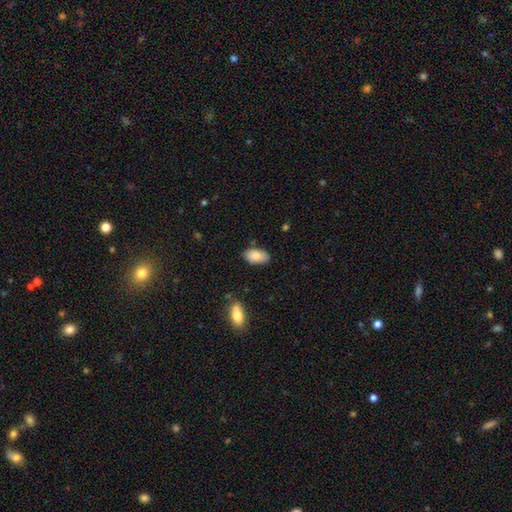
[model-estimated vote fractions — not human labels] This is clearly a smooth galaxy (85%). How rounded: clearly in between (94%). Merging: likely none (79%).